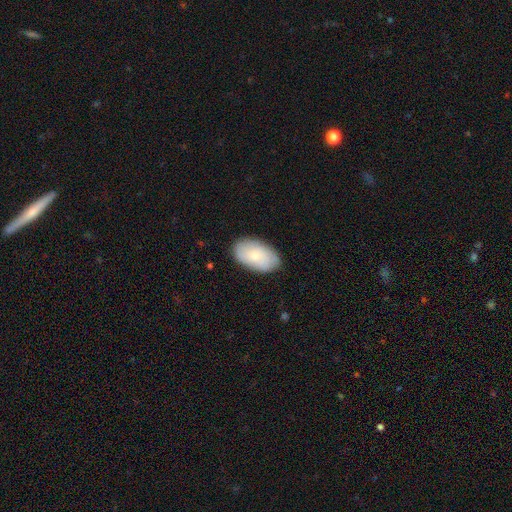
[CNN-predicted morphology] Smooth or featured? Predicted: smooth (p=0.67). How rounded? Predicted: in between (p=0.93). Merging? Predicted: none (p=0.82).